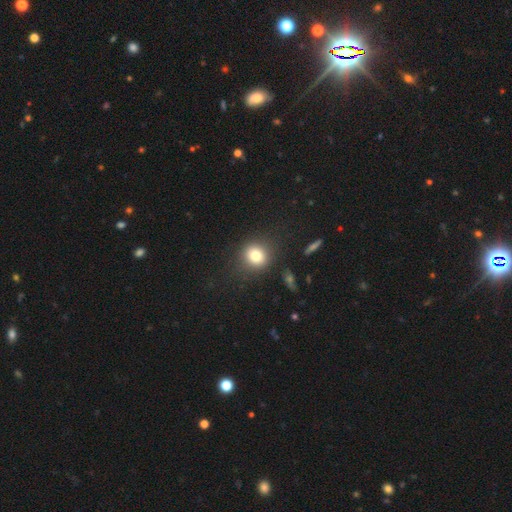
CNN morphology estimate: Smooth or featured?
  - smooth: 80% *
  - star or artifact: 12%
  - featured or disk: 8%
How rounded?
  - round: 81% *
  - in between: 18%
  - cigar-shaped: 1%
Merging?
  - none: 84% *
  - minor disturbance: 10%
  - major disturbance: 4%
  - merger: 2%